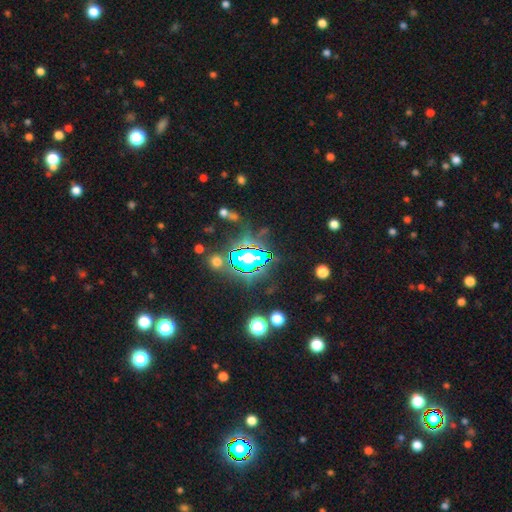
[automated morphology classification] Q: Smooth or featured?
A: star or artifact (78%); runner-up: smooth (13%)